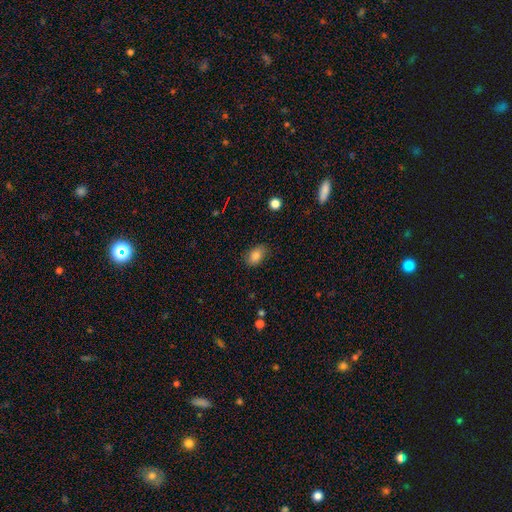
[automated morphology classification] smooth-or-featured: smooth: 83% | star or artifact: 9% | featured or disk: 7%
  how-rounded: in between: 84% | round: 14% | cigar-shaped: 2%
  merging: none: 81% | minor disturbance: 15% | major disturbance: 3% | merger: 1%